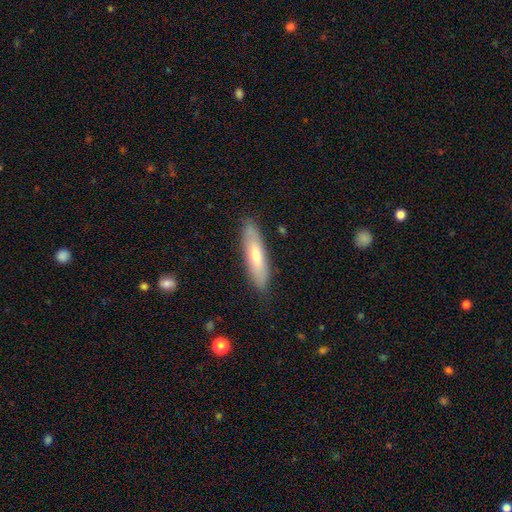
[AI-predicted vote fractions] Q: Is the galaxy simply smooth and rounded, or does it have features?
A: smooth — 61%.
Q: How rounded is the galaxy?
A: cigar-shaped — 71%.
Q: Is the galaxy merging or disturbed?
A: none — 87%.